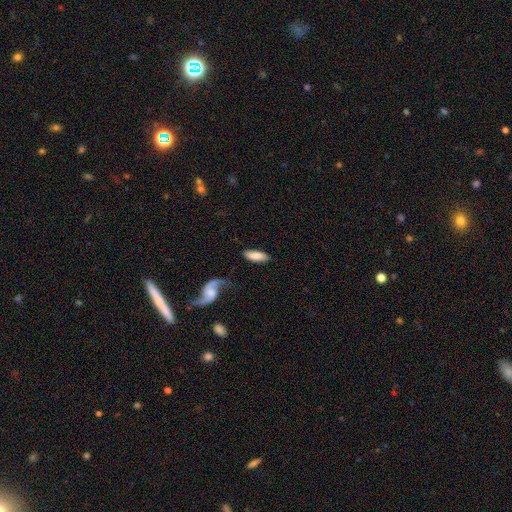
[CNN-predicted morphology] Smooth or featured? Predicted: smooth (p=0.77). How rounded? Predicted: in between (p=0.67). Merging? Predicted: none (p=0.75).